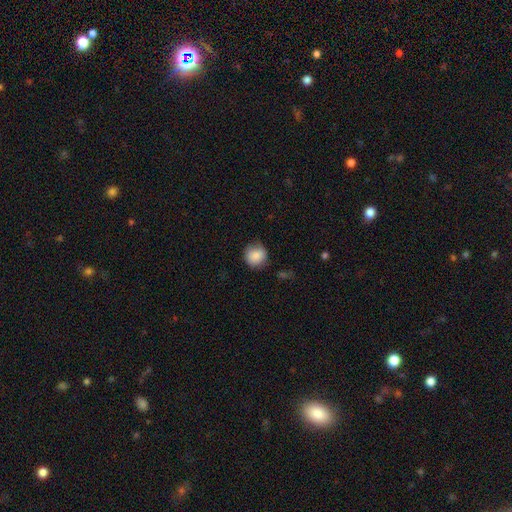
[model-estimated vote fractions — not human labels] Overall: smooth (86%). How rounded: round (87%). Merging: none (77%).